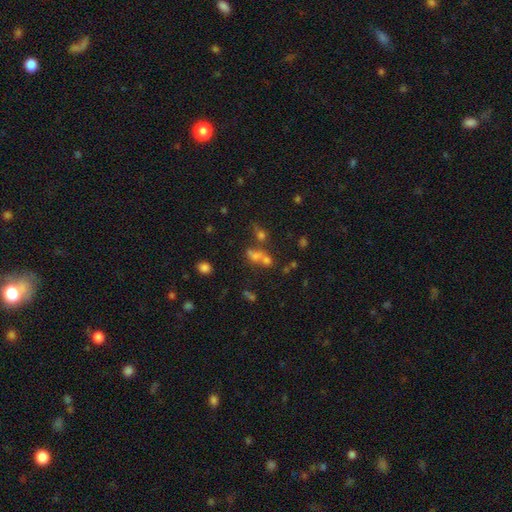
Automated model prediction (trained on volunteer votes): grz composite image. It shows a smooth galaxy with no disk features (53%) that is round (56%). Merging: merger (55%).